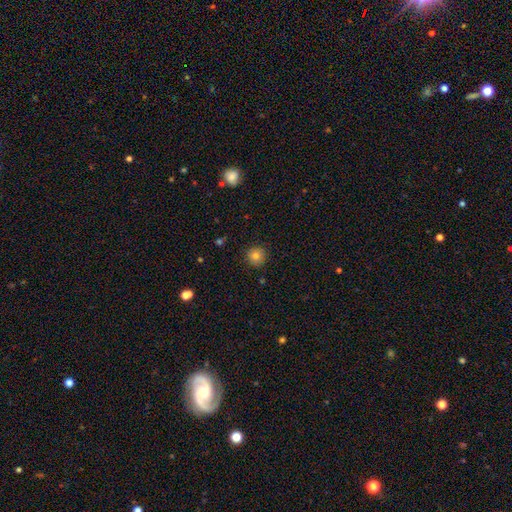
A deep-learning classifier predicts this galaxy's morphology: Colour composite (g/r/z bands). It shows a smooth galaxy with no disk features (79%) that is round (94%). Merging: none (90%).